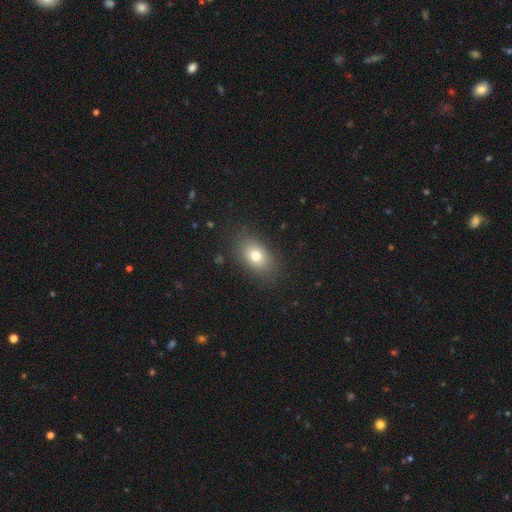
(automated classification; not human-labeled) A smooth galaxy with no disk features (76%) that is in between round and cigar-shaped (80%). Merging: none (85%).